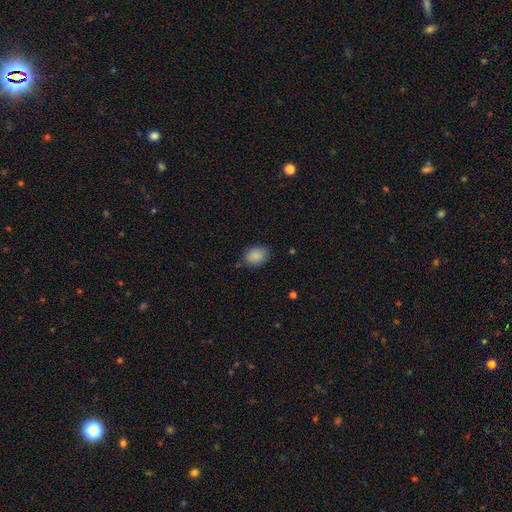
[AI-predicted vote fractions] Q: Smooth or featured?
A: smooth (88%); runner-up: star or artifact (8%)
Q: How rounded?
A: in between (67%); runner-up: round (32%)
Q: Merging?
A: none (75%); runner-up: minor disturbance (19%)